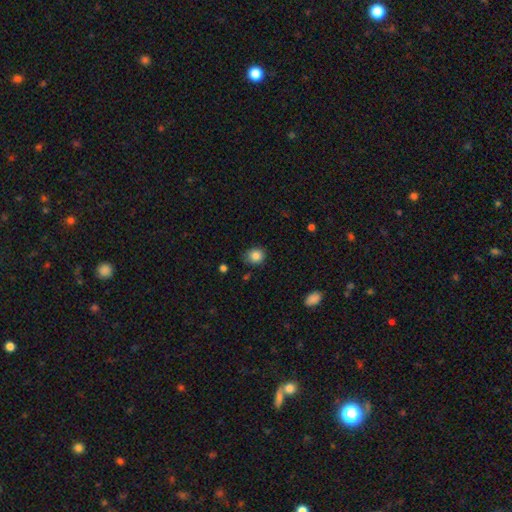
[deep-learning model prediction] A smooth galaxy with no disk features (85%) that is round (78%).

Vote fractions:
- Smooth or featured? smooth: 85% / star or artifact: 10% / featured or disk: 5%
- How rounded? round: 78% / in between: 21% / cigar-shaped: 1%
- Merging? none: 78% / minor disturbance: 17% / major disturbance: 3% / merger: 2%